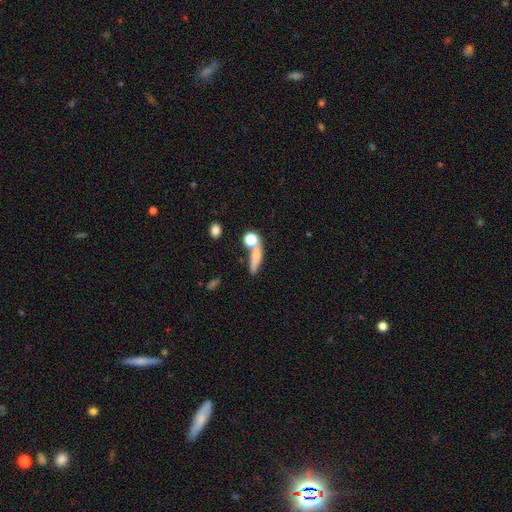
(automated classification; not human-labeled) Smooth or featured?
  - smooth: 70% *
  - featured or disk: 18%
  - star or artifact: 12%
How rounded?
  - cigar-shaped: 53% *
  - in between: 29%
  - round: 18%
Merging?
  - none: 49% *
  - merger: 25%
  - minor disturbance: 16%
  - major disturbance: 10%